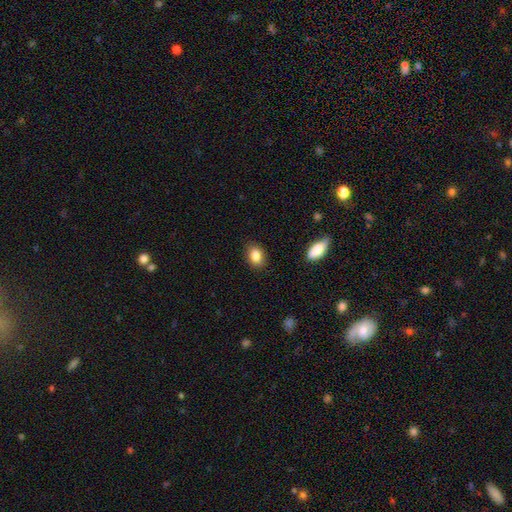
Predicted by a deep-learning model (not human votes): Smooth or featured? Predicted: smooth (p=0.85). How rounded? Predicted: in between (p=0.75). Merging? Predicted: none (p=0.87).